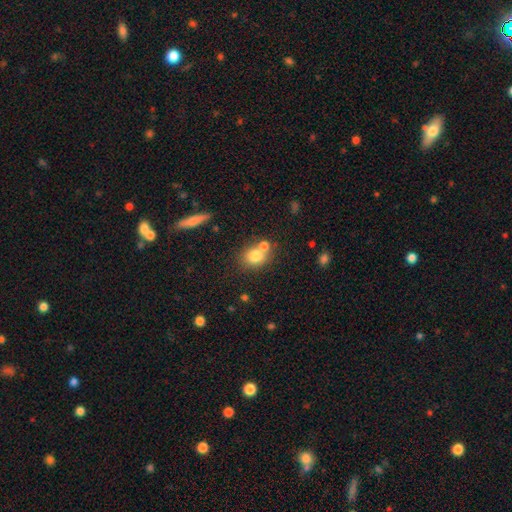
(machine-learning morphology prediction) This appears to be a smooth galaxy with no disk features (77%) that is round (65%). Merging: none (51%).